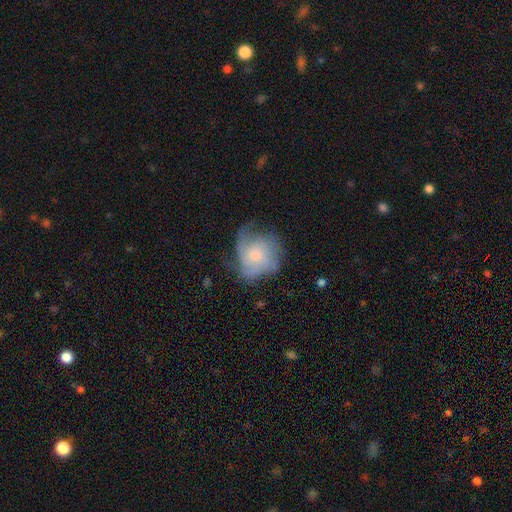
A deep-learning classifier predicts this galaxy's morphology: Smooth or featured? Predicted: featured or disk (p=0.59). Edge-on disk? Predicted: no (p=0.98). Bar? Predicted: no (p=0.79). Spiral arms? Predicted: yes (p=0.83). Bulge size? Predicted: small (p=0.54). Merging? Predicted: none (p=0.44).